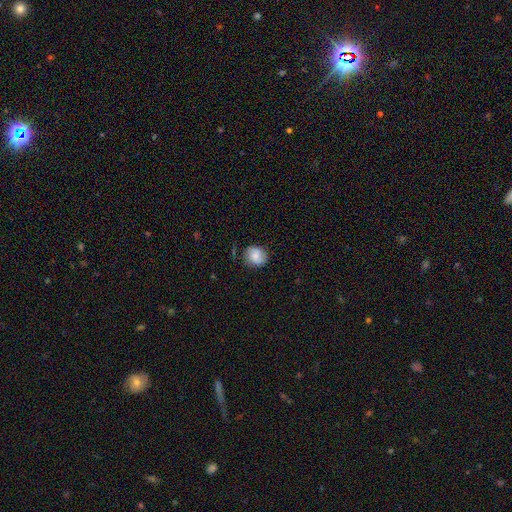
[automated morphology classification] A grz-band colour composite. It shows a smooth galaxy with no disk features (72%) that is round (79%). Merging: none (77%).